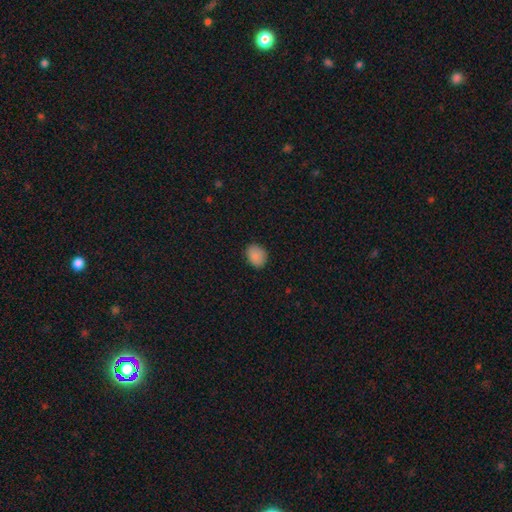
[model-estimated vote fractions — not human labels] Overall: smooth (88%). How rounded: in between (57%; round 42%). Merging: none (86%).